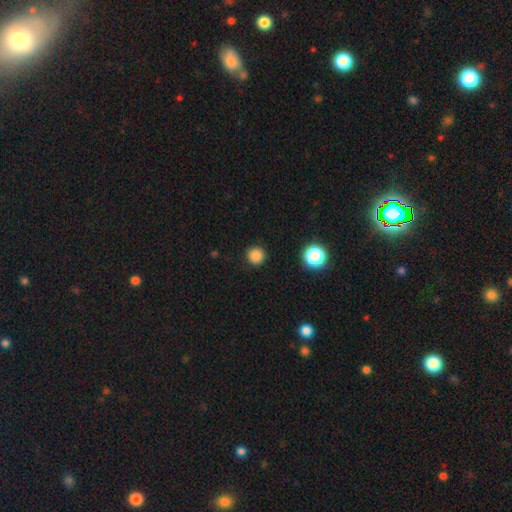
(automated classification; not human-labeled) Smooth or featured: smooth — 85% (star or artifact — 12%)
How rounded: round — 95% (in between — 4%)
Merging: none — 91% (minor disturbance — 5%)